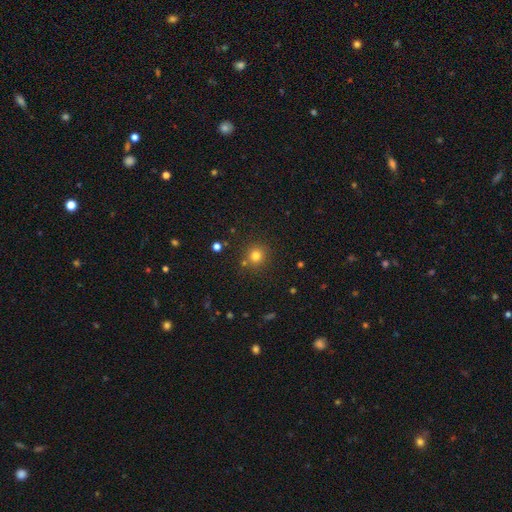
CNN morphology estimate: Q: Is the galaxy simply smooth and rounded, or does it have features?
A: smooth — 78%.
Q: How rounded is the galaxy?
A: round — 92%.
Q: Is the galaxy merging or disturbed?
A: none — 83%.